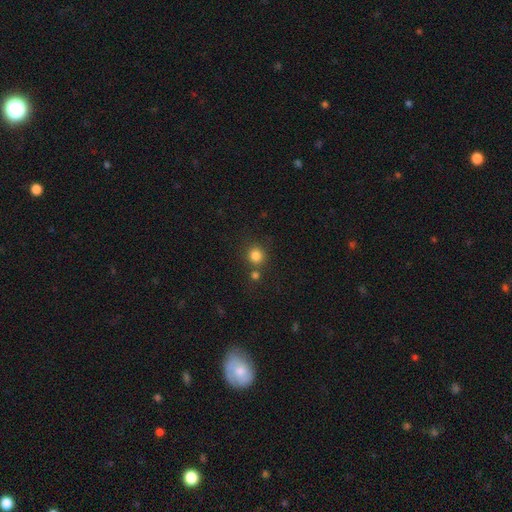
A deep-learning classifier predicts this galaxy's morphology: Smooth or featured? Predicted: smooth (p=0.83). How rounded? Predicted: round (p=0.90). Merging? Predicted: none (p=0.71).